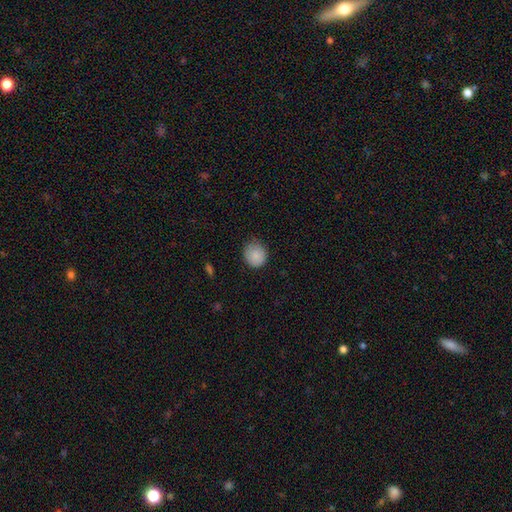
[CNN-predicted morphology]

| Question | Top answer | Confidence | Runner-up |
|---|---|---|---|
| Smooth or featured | smooth | 87% | star or artifact (8%) |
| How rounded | round | 87% | in between (12%) |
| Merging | none | 77% | minor disturbance (19%) |